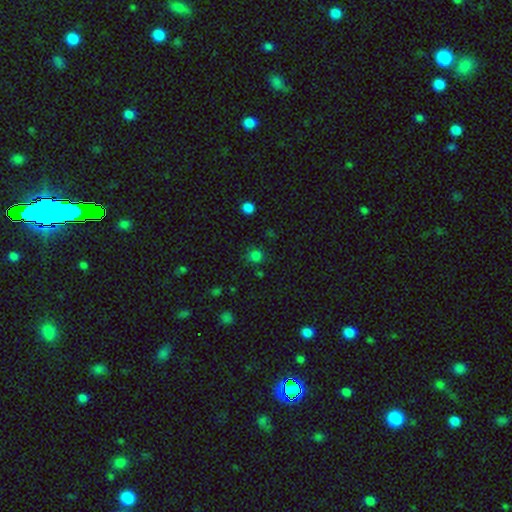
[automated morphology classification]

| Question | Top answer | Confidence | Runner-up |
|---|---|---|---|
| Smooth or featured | smooth | 77% | star or artifact (19%) |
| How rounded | round | 90% | in between (9%) |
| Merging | none | 80% | minor disturbance (13%) |